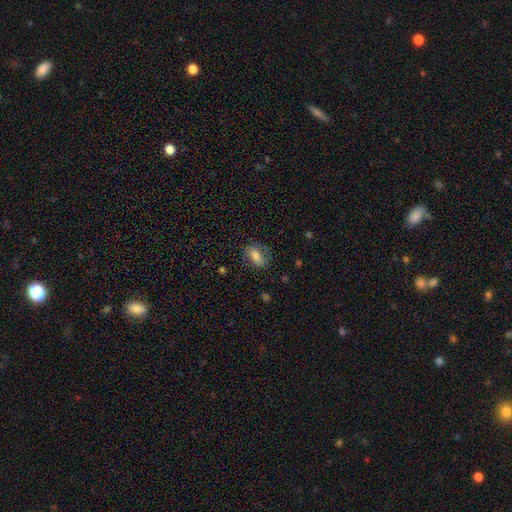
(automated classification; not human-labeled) The model was most divided on "smooth or featured": smooth: 68%, featured or disk: 23%, star or artifact: 9%. More confident: how rounded — in between (84%); merging — none (70%).